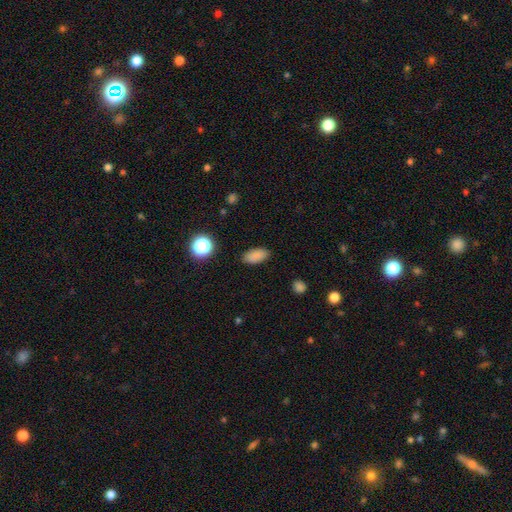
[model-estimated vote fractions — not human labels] Q: Smooth or featured?
A: smooth (86%); runner-up: star or artifact (10%)
Q: How rounded?
A: in between (89%); runner-up: cigar-shaped (7%)
Q: Merging?
A: none (88%); runner-up: minor disturbance (9%)